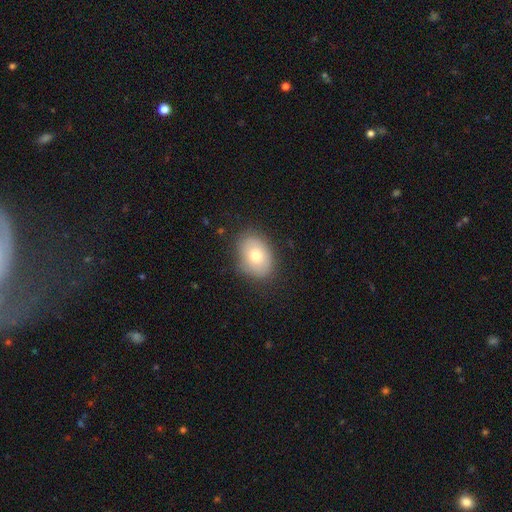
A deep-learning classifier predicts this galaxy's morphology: Smooth or featured? smooth (73%)
How rounded? in between (76%)
Merging? none (83%)